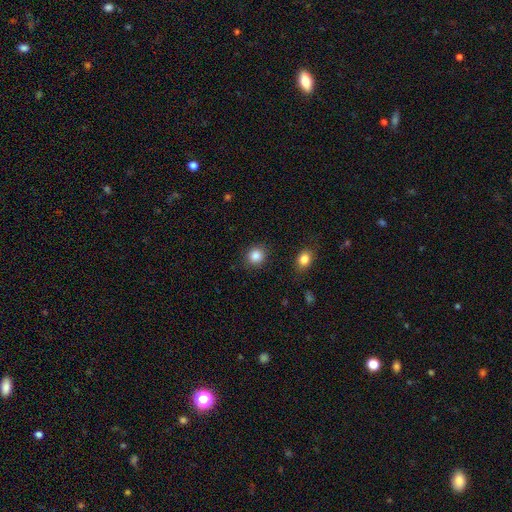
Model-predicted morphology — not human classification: This appears to be a smooth galaxy with no disk features (86%) that is round (83%). Merging: none (87%).